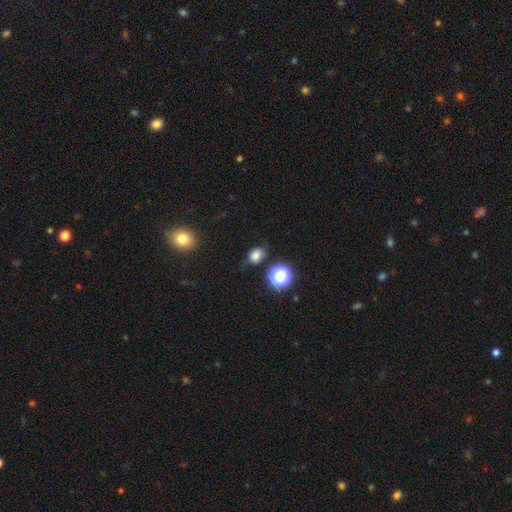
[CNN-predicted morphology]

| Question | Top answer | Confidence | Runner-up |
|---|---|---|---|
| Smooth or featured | smooth | 77% | star or artifact (17%) |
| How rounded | in between | 51% | round (48%) |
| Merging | none | 73% | minor disturbance (18%) |